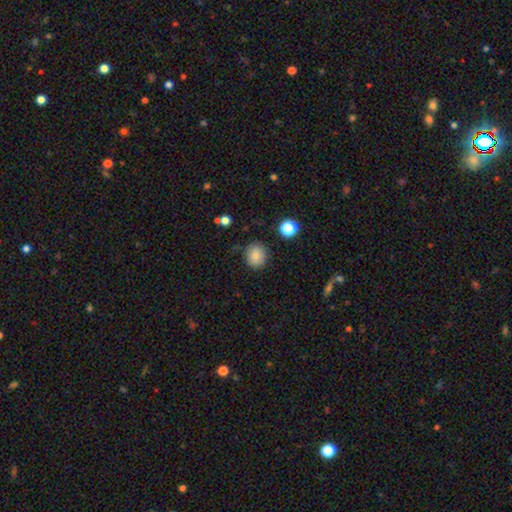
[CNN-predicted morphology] smooth_or_featured: smooth (p=0.83) [alt: star or artifact p=0.11]
how_rounded: round (p=0.84) [alt: in between p=0.15]
merging: none (p=0.83) [alt: minor disturbance p=0.12]